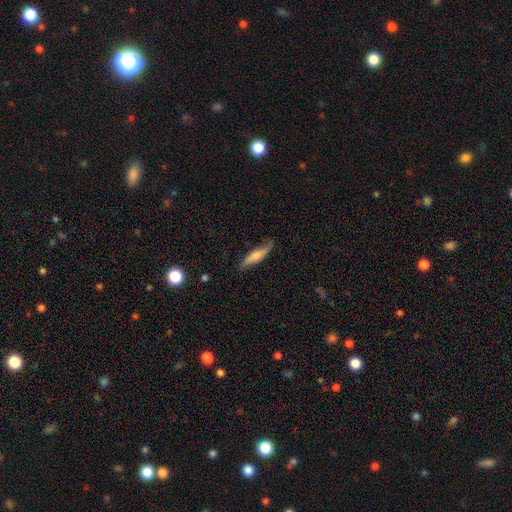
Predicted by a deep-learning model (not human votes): Q: Smooth or featured?
A: smooth (53%); runner-up: featured or disk (41%)
Q: How rounded?
A: cigar-shaped (80%); runner-up: in between (18%)
Q: Merging?
A: none (69%); runner-up: minor disturbance (23%)